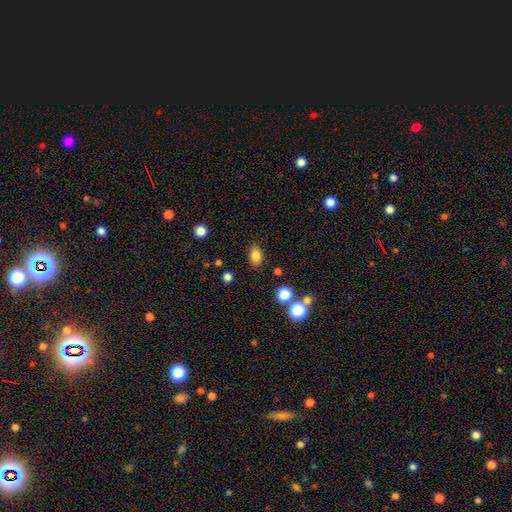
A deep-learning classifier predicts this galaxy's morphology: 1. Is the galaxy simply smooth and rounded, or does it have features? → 83% smooth, 11% star or artifact, 6% featured or disk.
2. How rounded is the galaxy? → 68% in between, 31% round, 1% cigar-shaped.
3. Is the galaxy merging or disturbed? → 85% none, 10% minor disturbance, 3% major disturbance, 2% merger.